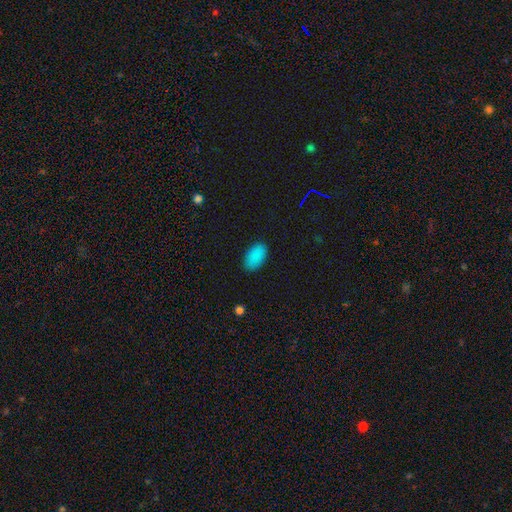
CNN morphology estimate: This appears to be a smooth galaxy with no disk features (88%) that is in between round and cigar-shaped (94%). Merging: none (87%).